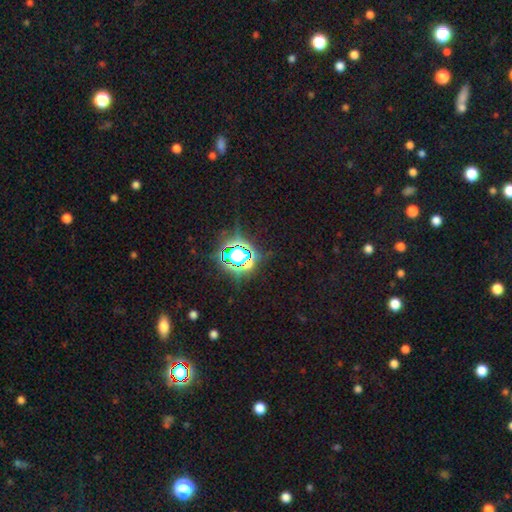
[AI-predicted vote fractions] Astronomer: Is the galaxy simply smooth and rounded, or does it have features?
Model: star or artifact — 79%.